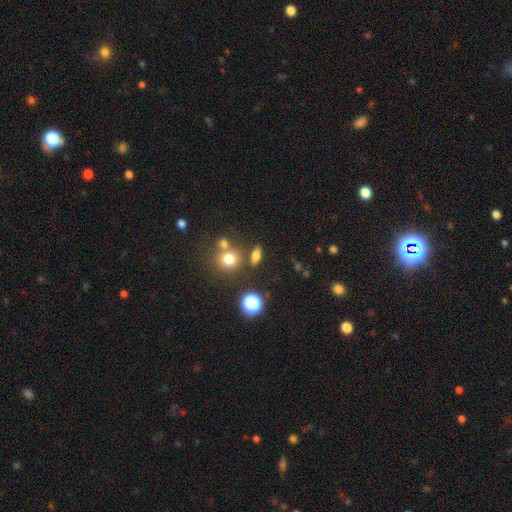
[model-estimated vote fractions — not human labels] smooth 69%, star or artifact 18%, featured or disk 14%. Down the decision tree: how rounded — in between (57%); merging — none (74%).